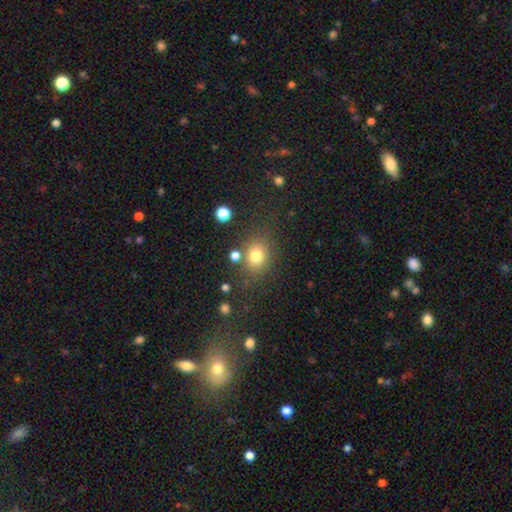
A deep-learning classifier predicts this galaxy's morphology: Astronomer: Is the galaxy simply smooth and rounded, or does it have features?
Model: smooth — 78%.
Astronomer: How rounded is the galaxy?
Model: round — 62% (runner-up: in between, 37%).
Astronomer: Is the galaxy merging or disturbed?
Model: none — 72%.